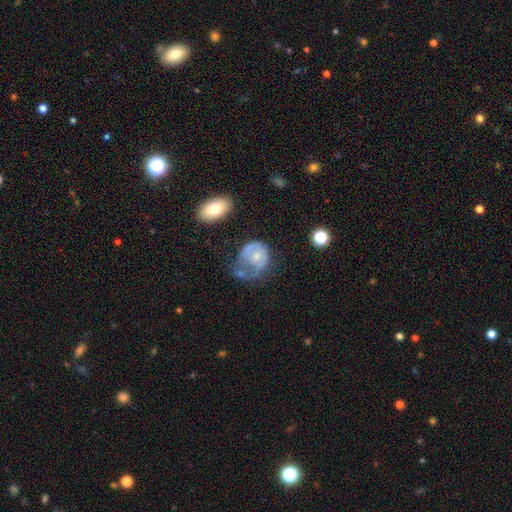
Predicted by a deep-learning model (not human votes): This appears to be a featured or disk galaxy (49%). Merging: major disturbance (47%).